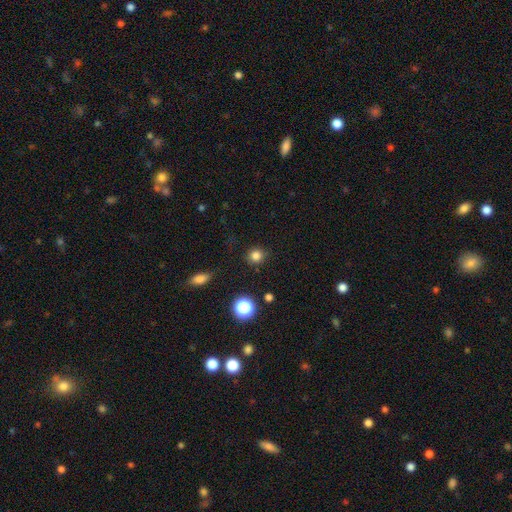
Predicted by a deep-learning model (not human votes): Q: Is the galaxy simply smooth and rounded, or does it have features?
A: smooth — 81%.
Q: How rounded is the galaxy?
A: round — 88%.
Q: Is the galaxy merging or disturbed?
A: none — 87%.